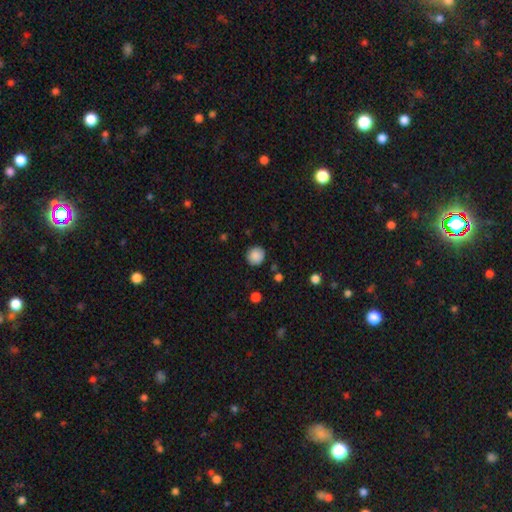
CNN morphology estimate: A smooth galaxy with no disk features (88%) that is round (91%). Merging: none (87%).